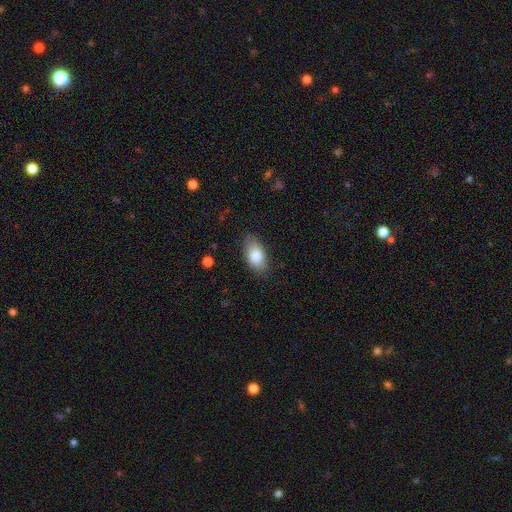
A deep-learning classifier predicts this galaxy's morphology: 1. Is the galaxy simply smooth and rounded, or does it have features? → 82% smooth, 11% featured or disk, 7% star or artifact.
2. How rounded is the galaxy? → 92% in between, 5% round, 4% cigar-shaped.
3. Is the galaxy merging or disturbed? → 80% none, 16% minor disturbance, 3% major disturbance, 1% merger.